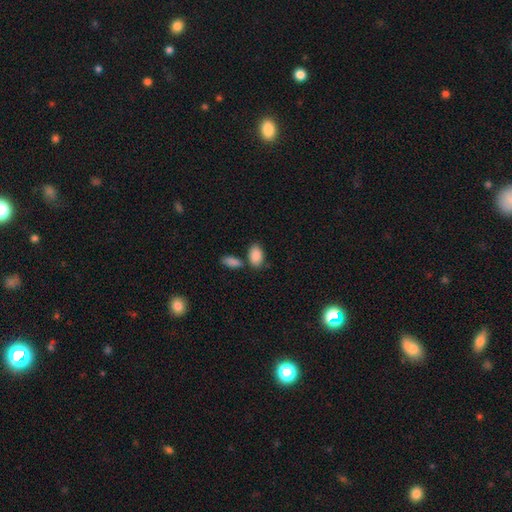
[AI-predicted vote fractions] smooth 89%, star or artifact 7%, featured or disk 5%. Down the decision tree: how rounded — in between (93%); merging — none (65%).